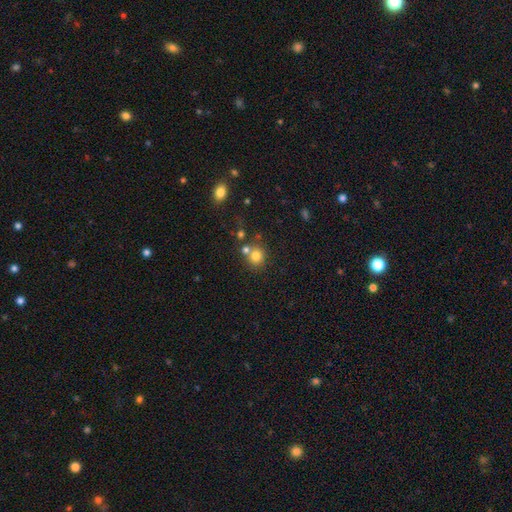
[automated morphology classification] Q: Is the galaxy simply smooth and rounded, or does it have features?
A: smooth — 77%.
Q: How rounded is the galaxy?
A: round — 85%.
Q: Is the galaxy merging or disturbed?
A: none — 60%.